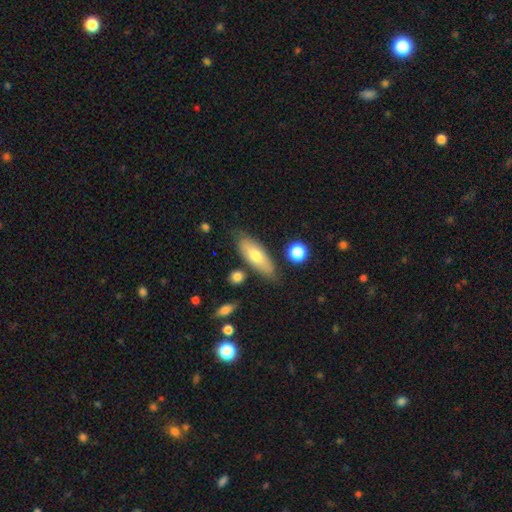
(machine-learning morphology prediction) This appears to be a smooth galaxy with no disk features (67%) that is in between round and cigar-shaped (69%). Merging: none (75%).